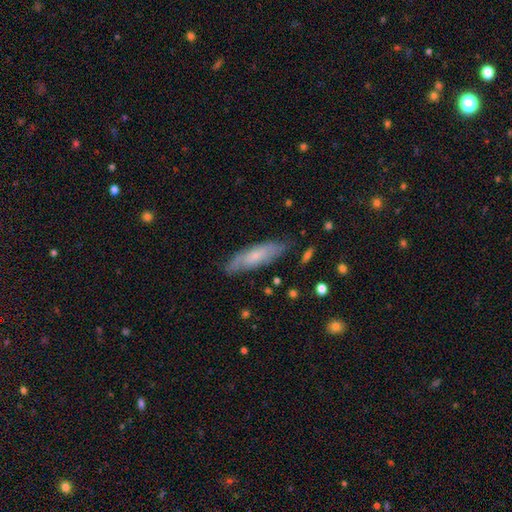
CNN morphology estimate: A smooth galaxy with no disk features (54%) that is cigar-shaped (57%).

Vote fractions:
- Smooth or featured? smooth: 54% / featured or disk: 39% / star or artifact: 7%
- How rounded? cigar-shaped: 57% / in between: 41% / round: 2%
- Merging? none: 76% / minor disturbance: 18% / major disturbance: 4% / merger: 2%